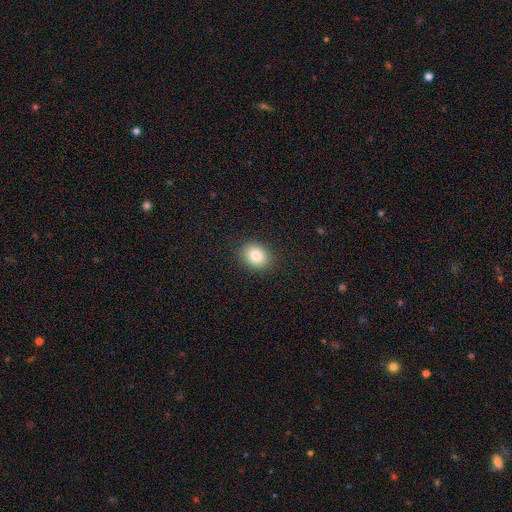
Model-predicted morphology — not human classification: Q: Smooth or featured?
A: smooth (84%); runner-up: star or artifact (9%)
Q: How rounded?
A: round (56%); runner-up: in between (43%)
Q: Merging?
A: none (90%); runner-up: minor disturbance (7%)